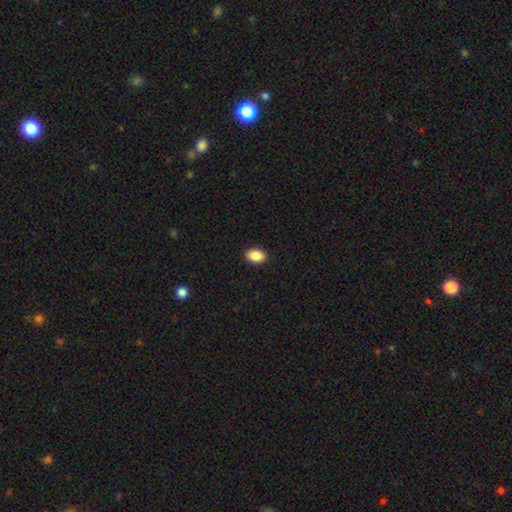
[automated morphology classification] Q: Smooth or featured?
A: smooth (89%); runner-up: star or artifact (8%)
Q: How rounded?
A: in between (84%); runner-up: round (15%)
Q: Merging?
A: none (91%); runner-up: minor disturbance (6%)